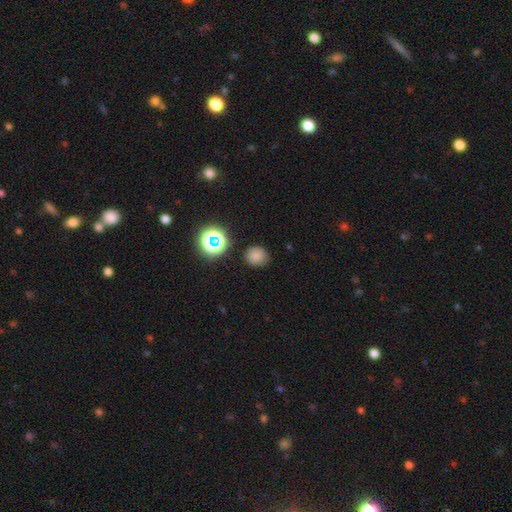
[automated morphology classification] smooth_or_featured: smooth (p=0.77) [alt: star or artifact p=0.17]
how_rounded: round (p=0.86) [alt: in between p=0.13]
merging: none (p=0.85) [alt: minor disturbance p=0.10]